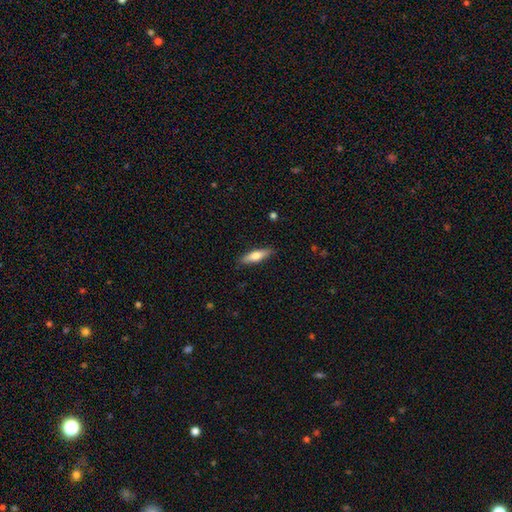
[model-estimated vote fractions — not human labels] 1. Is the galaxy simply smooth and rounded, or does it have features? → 67% smooth, 27% featured or disk, 6% star or artifact.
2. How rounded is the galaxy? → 58% cigar-shaped, 40% in between, 2% round.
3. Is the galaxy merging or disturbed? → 86% none, 10% minor disturbance, 2% major disturbance, 1% merger.